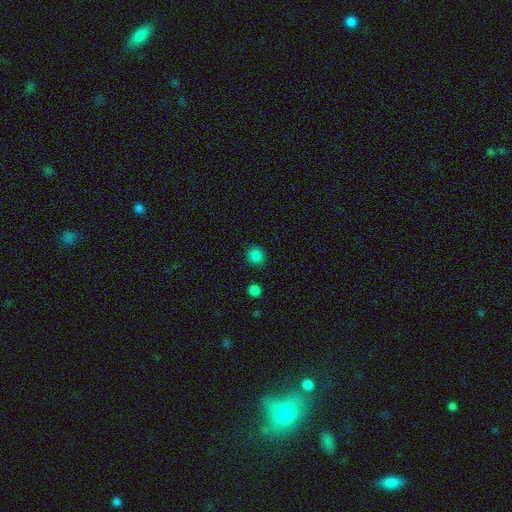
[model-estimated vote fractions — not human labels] Smooth or featured? Predicted: smooth (p=0.85). How rounded? Predicted: round (p=0.84). Merging? Predicted: none (p=0.89).